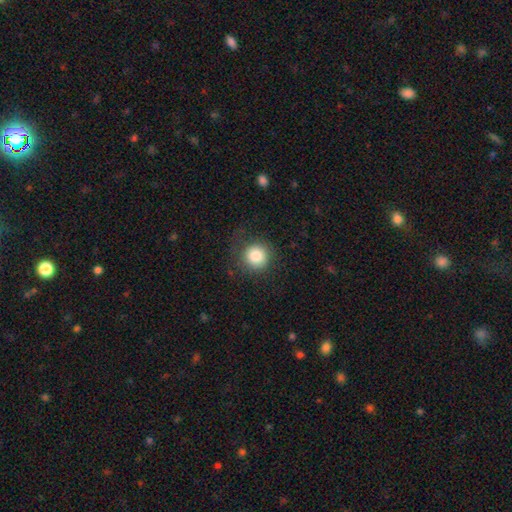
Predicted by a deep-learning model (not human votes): Q: Smooth or featured?
A: smooth (83%); runner-up: star or artifact (10%)
Q: How rounded?
A: round (93%); runner-up: in between (6%)
Q: Merging?
A: none (79%); runner-up: minor disturbance (13%)